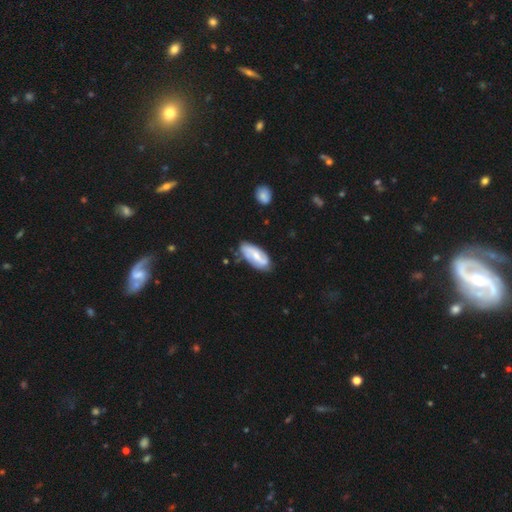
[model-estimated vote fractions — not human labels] This appears to be a featured or disk galaxy (55%). Merging: none (70%).